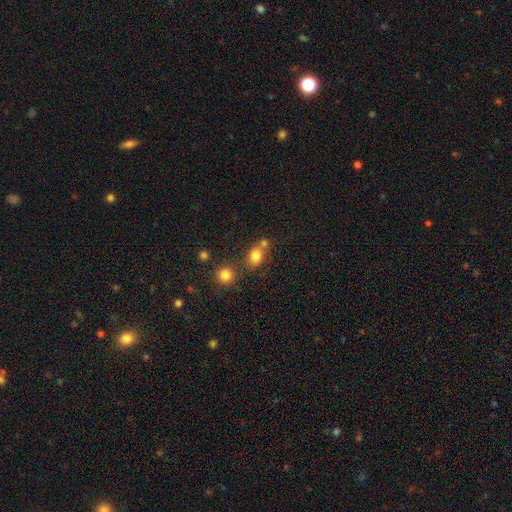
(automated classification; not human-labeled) Smooth or featured? smooth (79%)
How rounded? round (51%)
Merging? none (54%)